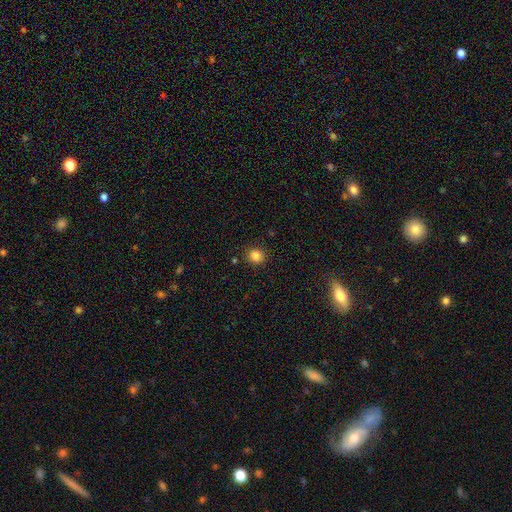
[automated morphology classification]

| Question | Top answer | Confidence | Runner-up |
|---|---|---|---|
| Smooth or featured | smooth | 84% | star or artifact (12%) |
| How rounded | round | 85% | in between (14%) |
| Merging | none | 89% | minor disturbance (7%) |